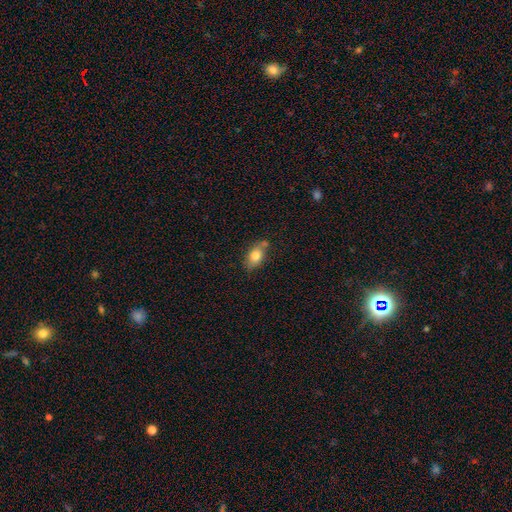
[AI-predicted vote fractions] Morphology: type=smooth (78%); roundness=in between (85%); merging=none (64%).